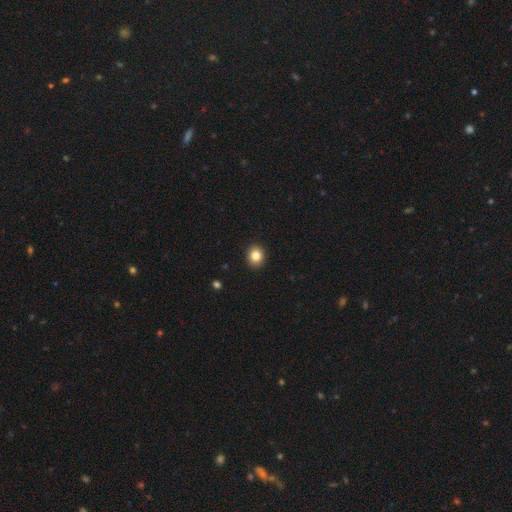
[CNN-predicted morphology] Q: Smooth or featured?
A: smooth (84%); runner-up: star or artifact (10%)
Q: How rounded?
A: round (72%); runner-up: in between (27%)
Q: Merging?
A: none (92%); runner-up: minor disturbance (5%)